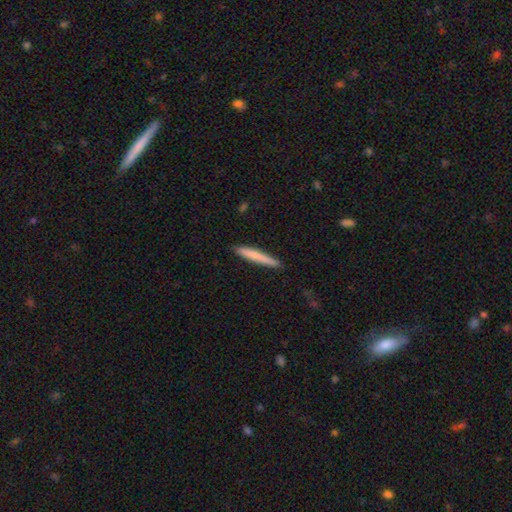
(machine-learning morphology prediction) The model was most divided on "smooth or featured": smooth: 75%, featured or disk: 20%, star or artifact: 5%. More confident: how rounded — cigar-shaped (96%); merging — none (90%).